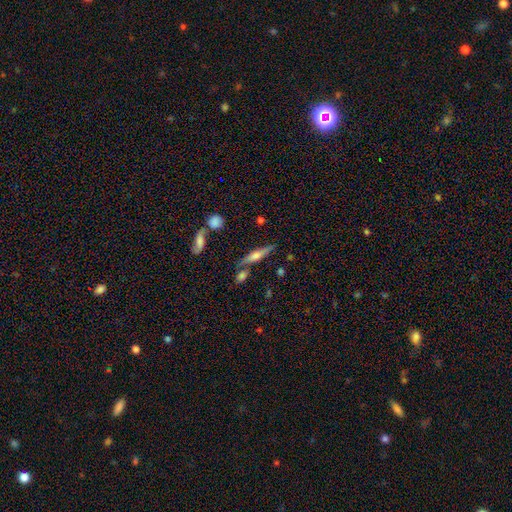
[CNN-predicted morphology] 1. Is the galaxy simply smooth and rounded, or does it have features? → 56% featured or disk, 37% smooth, 8% star or artifact.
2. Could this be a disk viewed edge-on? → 94% yes, 6% no.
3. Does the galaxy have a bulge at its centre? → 81% rounded, 12% boxy, 7% none.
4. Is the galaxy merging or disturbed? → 72% none, 13% minor disturbance, 11% merger, 4% major disturbance.